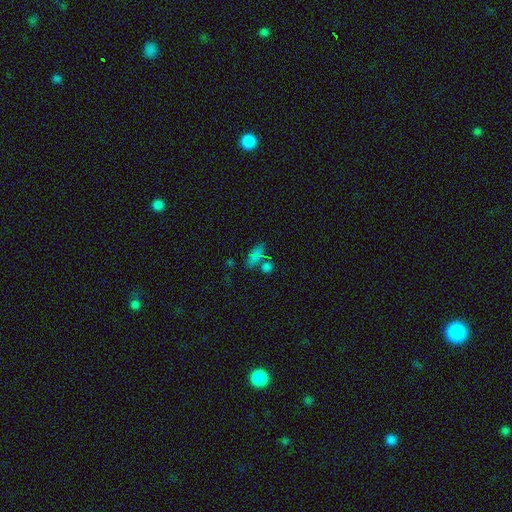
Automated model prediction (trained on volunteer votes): Smooth or featured? Predicted: smooth (p=0.68). How rounded? Predicted: in between (p=0.67). Merging? Predicted: none (p=0.56).